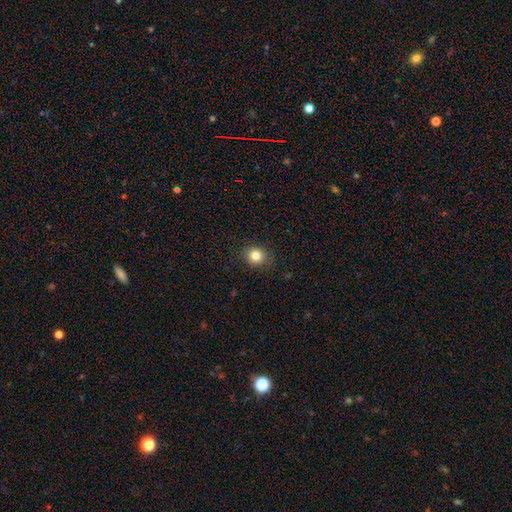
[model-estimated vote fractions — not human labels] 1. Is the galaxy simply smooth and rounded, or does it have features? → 82% smooth, 11% star or artifact, 6% featured or disk.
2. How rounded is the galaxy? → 83% round, 16% in between, 1% cigar-shaped.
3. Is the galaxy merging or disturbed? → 89% none, 8% minor disturbance, 2% major disturbance, 1% merger.